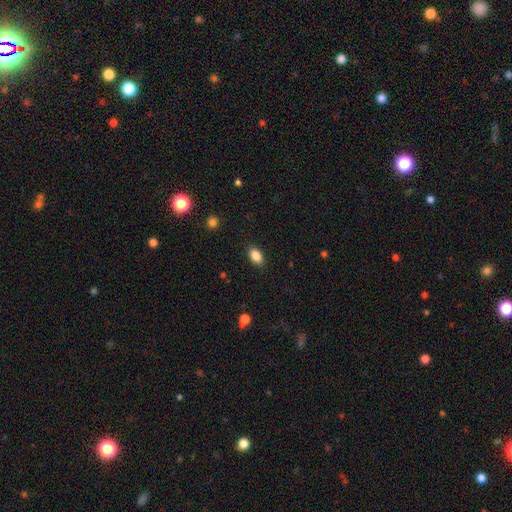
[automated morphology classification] A smooth galaxy with no disk features (86%) that is in between round and cigar-shaped (88%).

Vote fractions:
- Smooth or featured? smooth: 86% / star or artifact: 8% / featured or disk: 5%
- How rounded? in between: 88% / round: 10% / cigar-shaped: 3%
- Merging? none: 87% / minor disturbance: 9% / major disturbance: 2% / merger: 1%